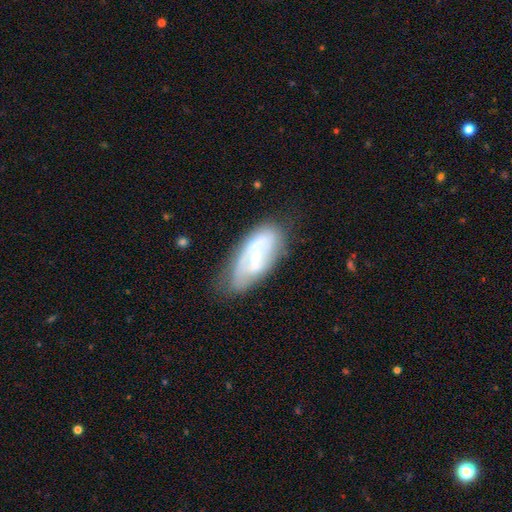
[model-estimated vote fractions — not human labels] featured or disk 68%, smooth 25%, star or artifact 7%. Down the decision tree: edge-on disk — no (90%); bar — no (46%); spiral arms — yes (61%); bulge size — small (52%); merging — none (63%).